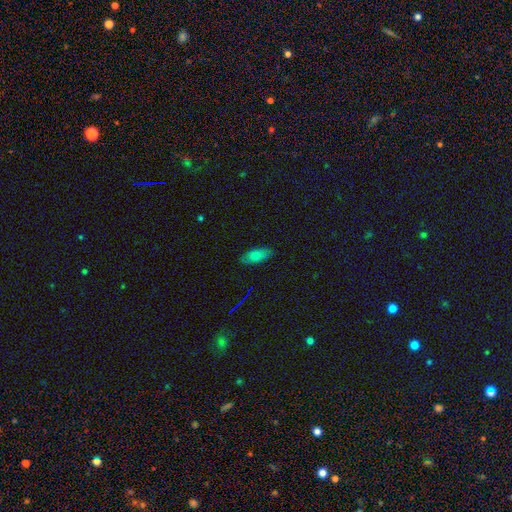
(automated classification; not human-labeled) A smooth galaxy with no disk features (78%) that is in between round and cigar-shaped (86%). Merging: none (84%).